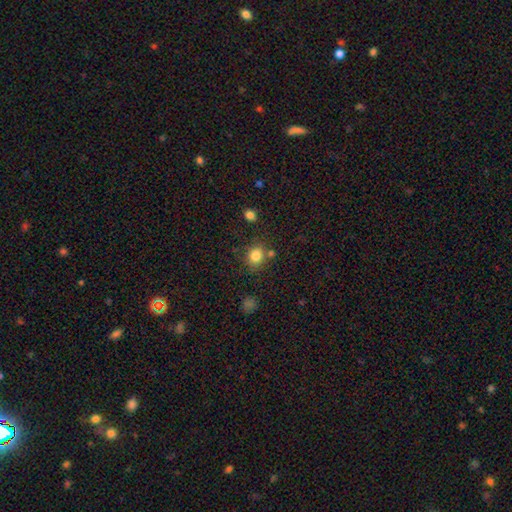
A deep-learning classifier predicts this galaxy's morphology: This is clearly a smooth galaxy (82%). How rounded: likely round (71%). Merging: likely none (73%).